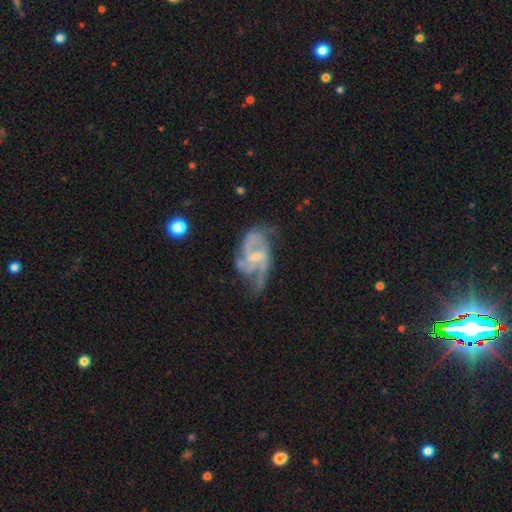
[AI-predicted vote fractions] Smooth or featured? featured or disk (87%)
Edge-on disk? no (97%)
Bar? weak (45%)
Spiral arms? yes (96%)
Spiral winding? medium (53%)
Spiral arm count? 2 (40%)
Bulge size? small (66%)
Merging? none (50%)